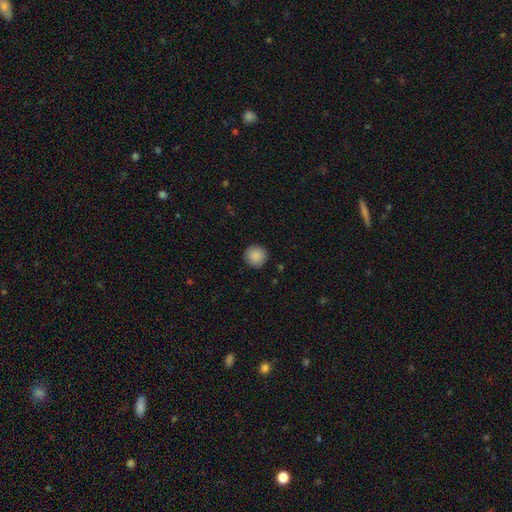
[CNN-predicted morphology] The model was most divided on "smooth or featured": smooth: 89%, star or artifact: 8%, featured or disk: 3%. More confident: how rounded — round (95%); merging — none (91%).